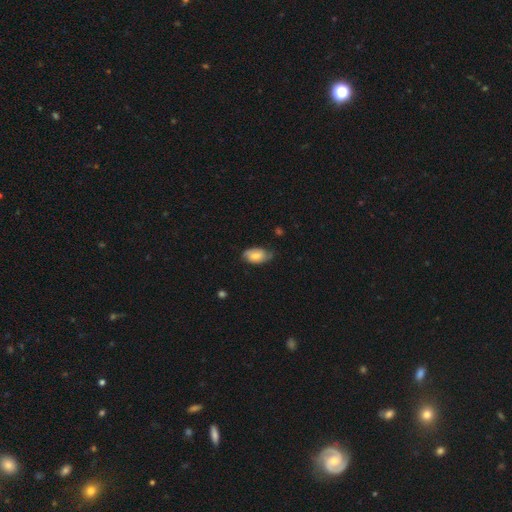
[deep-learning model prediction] Smooth or featured: smooth — 55% (featured or disk — 38%)
How rounded: in between — 92% (round — 6%)
Merging: none — 62% (minor disturbance — 29%)